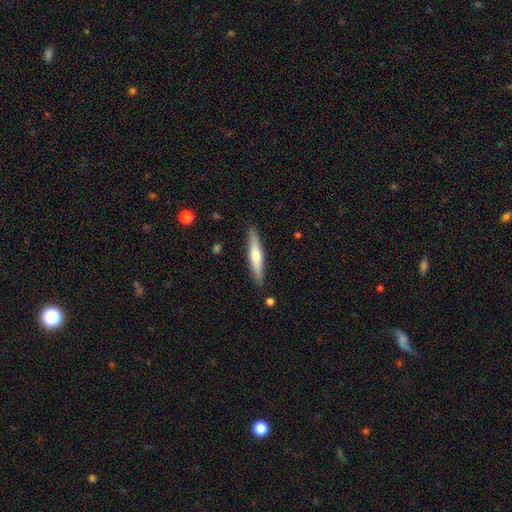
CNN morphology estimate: Overall: smooth (48%; featured or disk 46%). Merging: none (89%).